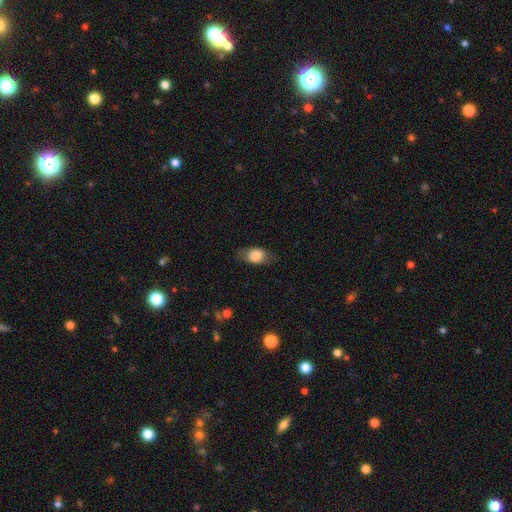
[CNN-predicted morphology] Smooth or featured?
  - smooth: 77% *
  - featured or disk: 16%
  - star or artifact: 7%
How rounded?
  - in between: 81% *
  - round: 16%
  - cigar-shaped: 4%
Merging?
  - none: 76% *
  - minor disturbance: 16%
  - major disturbance: 6%
  - merger: 1%